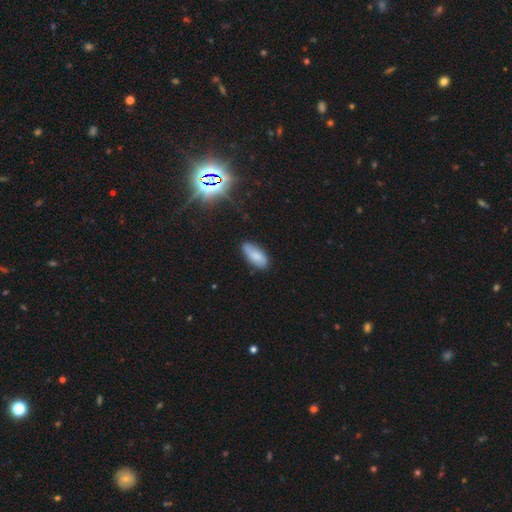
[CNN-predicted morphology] The model was most divided on "merging": none: 74%, minor disturbance: 20%, major disturbance: 3%, merger: 2%. More confident: how rounded — in between (84%); smooth or featured — smooth (75%).